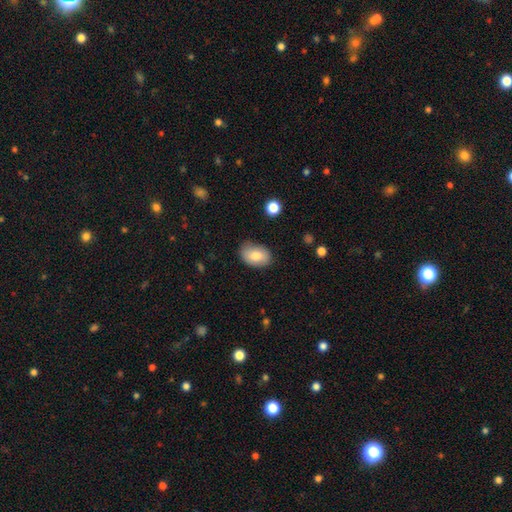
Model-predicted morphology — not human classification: A smooth galaxy with no disk features (81%) that is in between round and cigar-shaped (86%). Merging: none (77%).